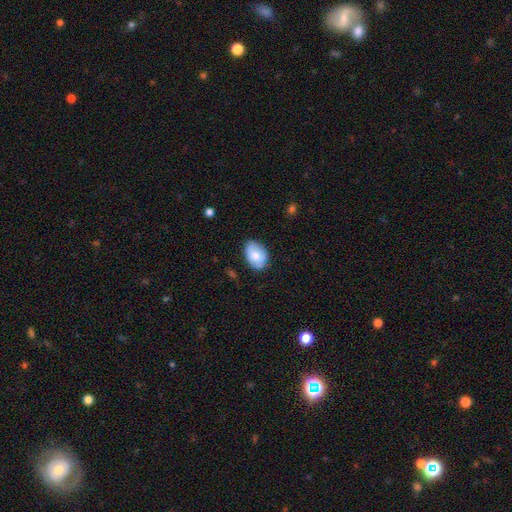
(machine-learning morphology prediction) Smooth or featured? smooth (77%)
How rounded? in between (82%)
Merging? none (73%)